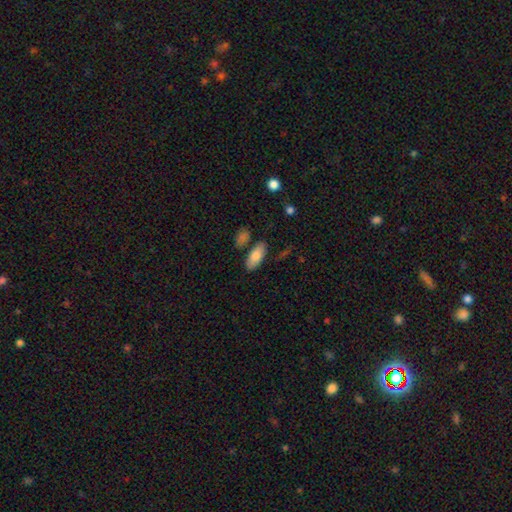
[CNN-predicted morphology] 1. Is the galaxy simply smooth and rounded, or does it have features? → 80% smooth, 14% featured or disk, 6% star or artifact.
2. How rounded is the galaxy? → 86% in between, 12% cigar-shaped, 3% round.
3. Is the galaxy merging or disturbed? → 78% none, 11% minor disturbance, 7% merger, 3% major disturbance.